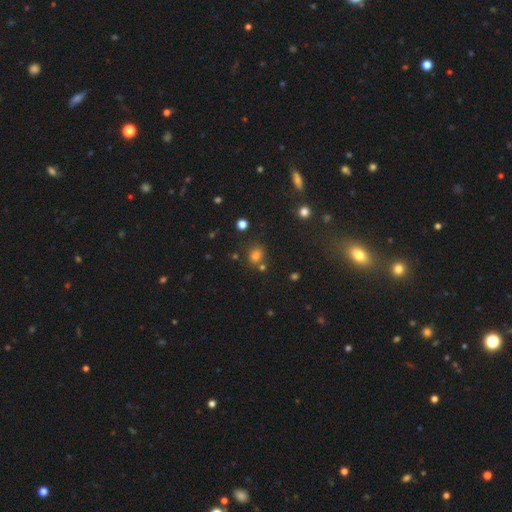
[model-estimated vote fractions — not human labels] Overall: smooth (74%). How rounded: round (66%; in between 32%). Merging: none (70%).